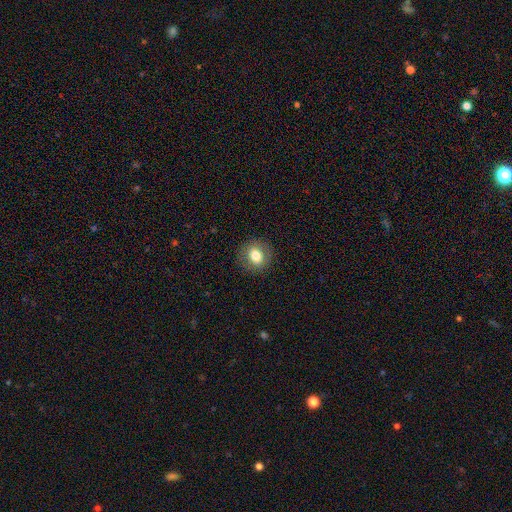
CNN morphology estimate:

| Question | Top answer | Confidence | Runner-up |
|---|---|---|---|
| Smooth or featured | smooth | 77% | featured or disk (13%) |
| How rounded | round | 71% | in between (28%) |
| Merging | none | 88% | minor disturbance (8%) |